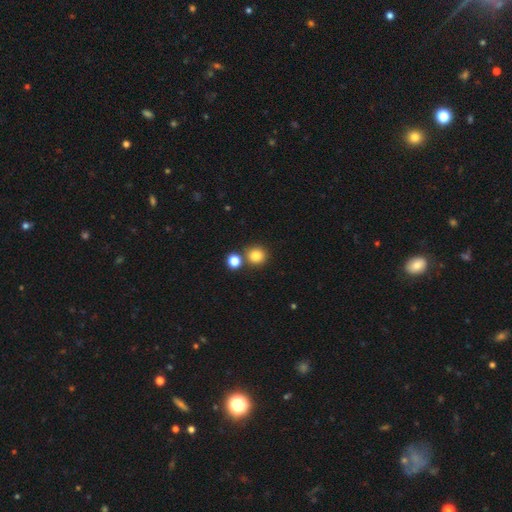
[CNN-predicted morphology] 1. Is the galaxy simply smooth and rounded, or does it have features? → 83% smooth, 12% star or artifact, 5% featured or disk.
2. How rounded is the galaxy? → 90% round, 9% in between, 1% cigar-shaped.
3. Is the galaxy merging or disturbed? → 73% none, 16% merger, 8% minor disturbance, 3% major disturbance.